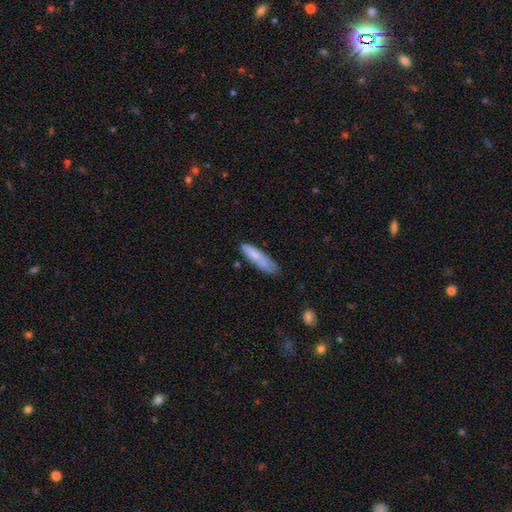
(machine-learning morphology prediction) The model was most divided on "merging": none: 57%, minor disturbance: 26%, merger: 9%, major disturbance: 8%. More confident: smooth or featured — smooth (69%); how rounded — cigar-shaped (66%).